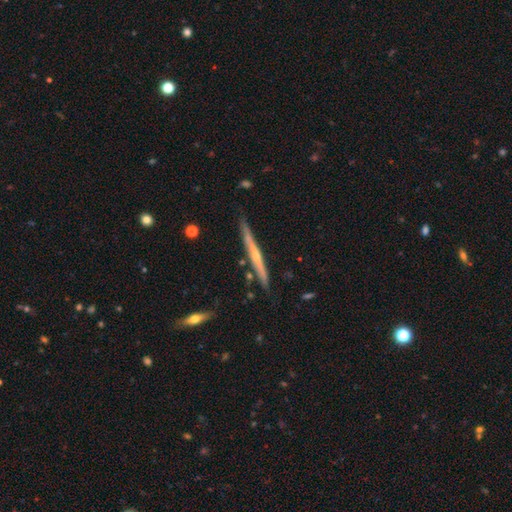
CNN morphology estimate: Q: Smooth or featured?
A: featured or disk (71%); runner-up: smooth (24%)
Q: Edge-on disk?
A: yes (97%); runner-up: no (3%)
Q: Edge-on bulge?
A: rounded (59%); runner-up: none (37%)
Q: Merging?
A: none (84%); runner-up: minor disturbance (12%)